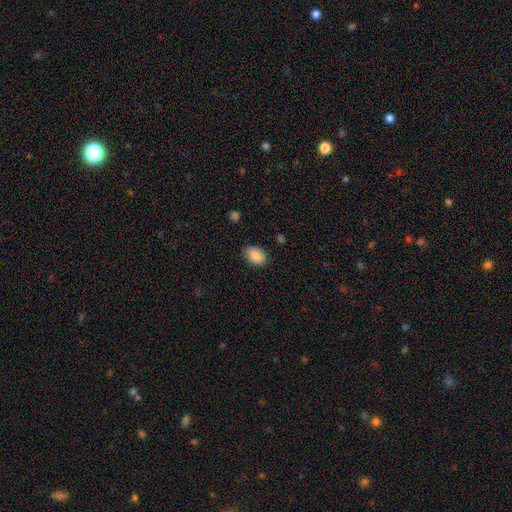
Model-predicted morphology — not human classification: Q: Smooth or featured?
A: smooth (88%); runner-up: star or artifact (7%)
Q: How rounded?
A: in between (79%); runner-up: round (20%)
Q: Merging?
A: none (83%); runner-up: minor disturbance (13%)